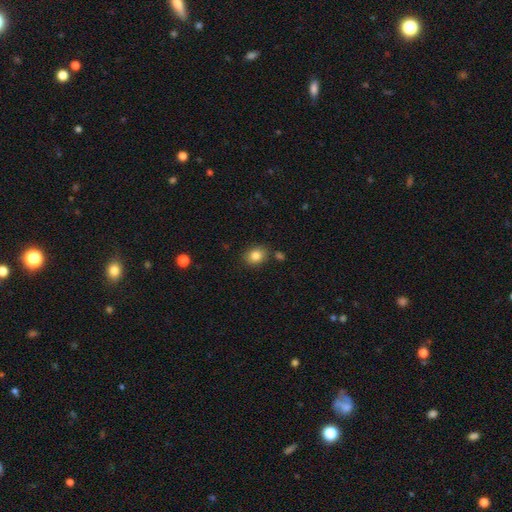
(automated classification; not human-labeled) Overall: smooth (84%). How rounded: round (50%; in between 49%). Merging: none (82%).